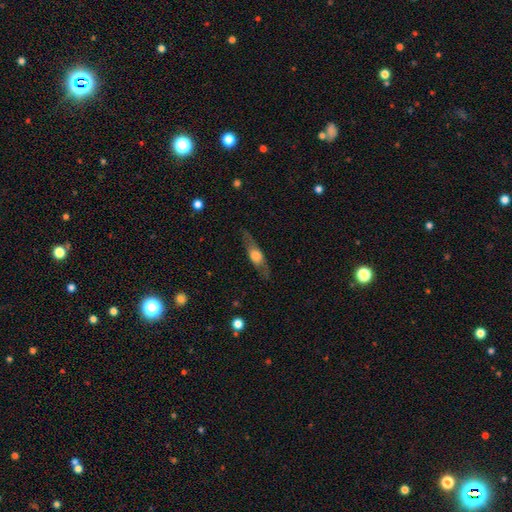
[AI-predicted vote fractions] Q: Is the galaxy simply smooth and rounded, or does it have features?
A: featured or disk — 54%.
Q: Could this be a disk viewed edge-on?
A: yes — 84%.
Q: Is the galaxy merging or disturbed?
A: none — 79%.